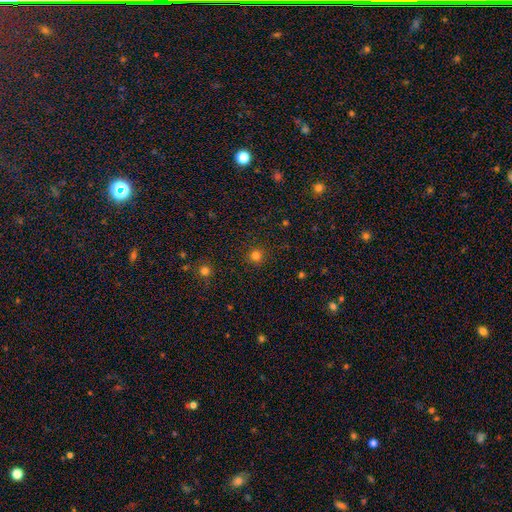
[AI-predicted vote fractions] A smooth galaxy with no disk features (79%) that is round (94%).

Vote fractions:
- Smooth or featured? smooth: 79% / star or artifact: 17% / featured or disk: 4%
- How rounded? round: 94% / in between: 5% / cigar-shaped: 1%
- Merging? none: 91% / minor disturbance: 6% / major disturbance: 2% / merger: 1%